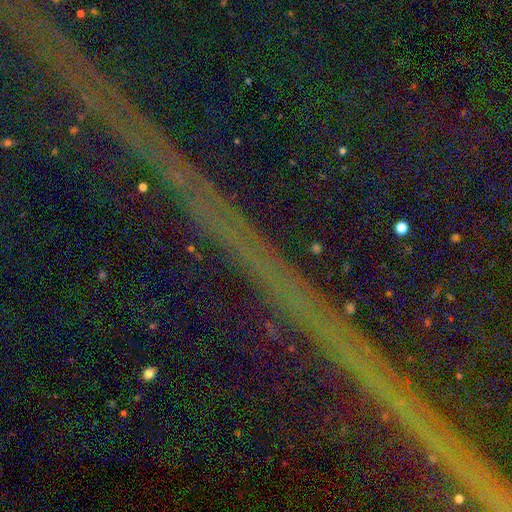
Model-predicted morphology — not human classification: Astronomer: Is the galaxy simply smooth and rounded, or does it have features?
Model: star or artifact — 80%.